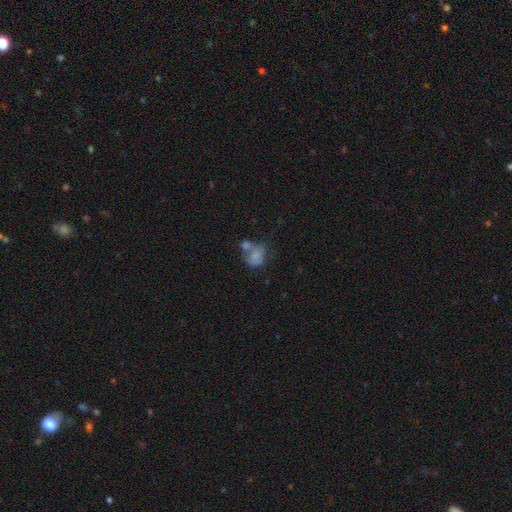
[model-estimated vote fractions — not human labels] This appears to be a smooth galaxy with no disk features (60%) that is in between round and cigar-shaped (53%). Merging: merger (48%).